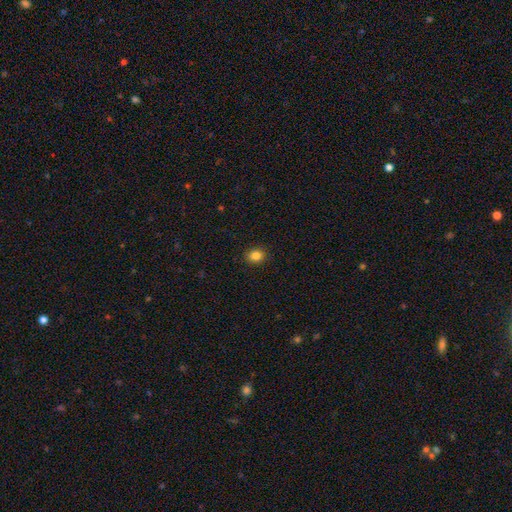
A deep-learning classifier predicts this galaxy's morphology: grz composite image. It shows a smooth galaxy with no disk features (84%) that is round (64%). Merging: none (91%).